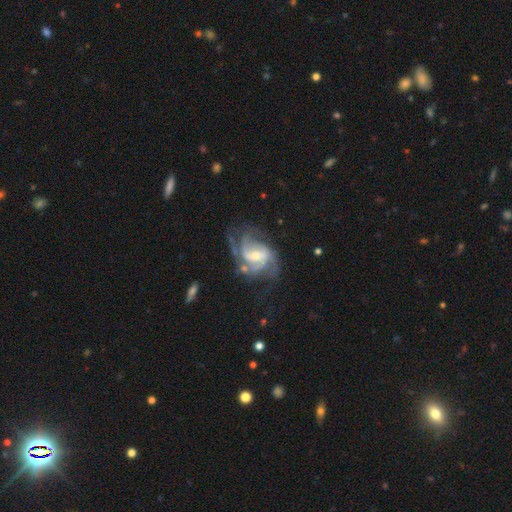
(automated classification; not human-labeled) This appears to be a featured or disk galaxy (86%) with a weak bar (51%), 2 (37%) medium (50%) spiral arms (94%) and a moderate central bulge (46%). Merging: none (50%).